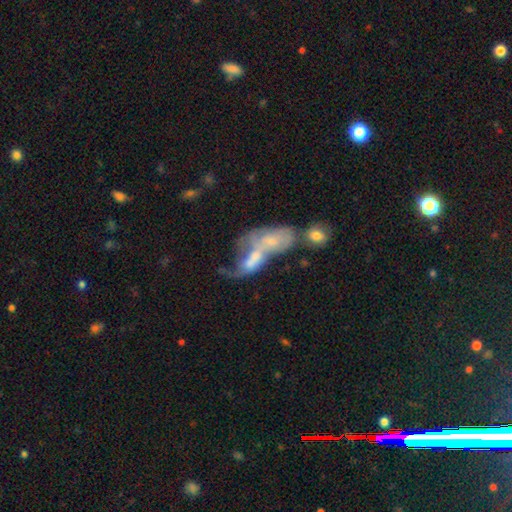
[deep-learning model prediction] Overall: featured or disk (51%; smooth 37%). Edge-on disk: no (91%). Merging: merger (70%).